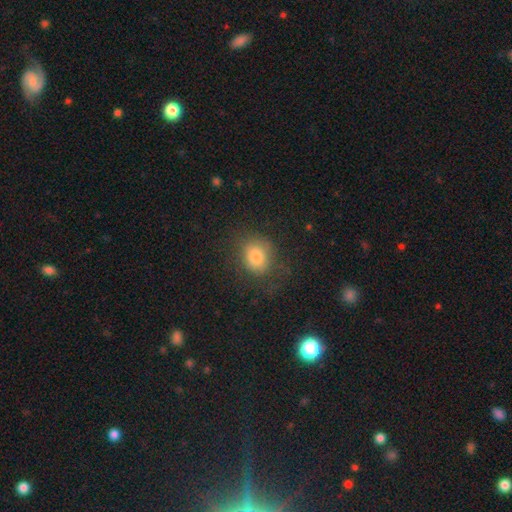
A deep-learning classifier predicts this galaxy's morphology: A smooth galaxy with no disk features (79%) that is round (56%). Merging: none (69%).